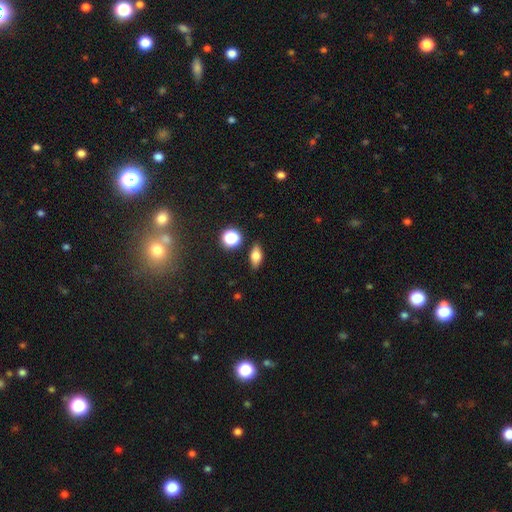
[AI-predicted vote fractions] Smooth or featured: smooth — 67% (featured or disk — 22%)
How rounded: in between — 74% (cigar-shaped — 14%)
Merging: none — 84% (minor disturbance — 11%)